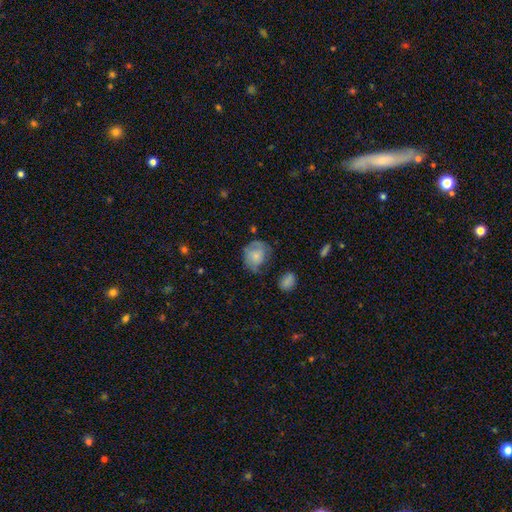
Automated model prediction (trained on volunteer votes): A smooth galaxy with no disk features (61%) that is round (59%).

Vote fractions:
- Smooth or featured? smooth: 61% / featured or disk: 31% / star or artifact: 8%
- How rounded? round: 59% / in between: 40% / cigar-shaped: 1%
- Merging? none: 42% / minor disturbance: 34% / major disturbance: 21% / merger: 4%